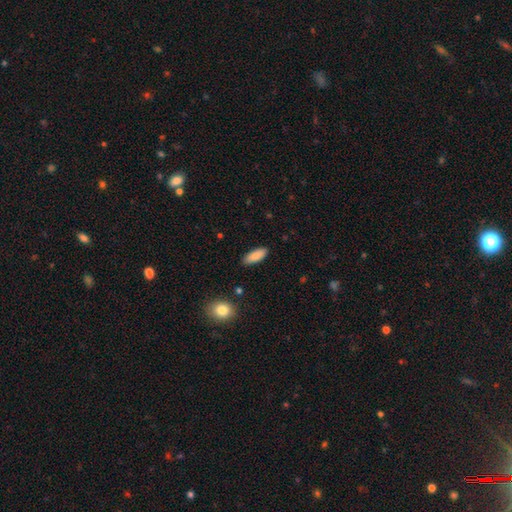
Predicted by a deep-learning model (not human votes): Smooth or featured? Predicted: smooth (p=0.86). How rounded? Predicted: in between (p=0.76). Merging? Predicted: none (p=0.87).